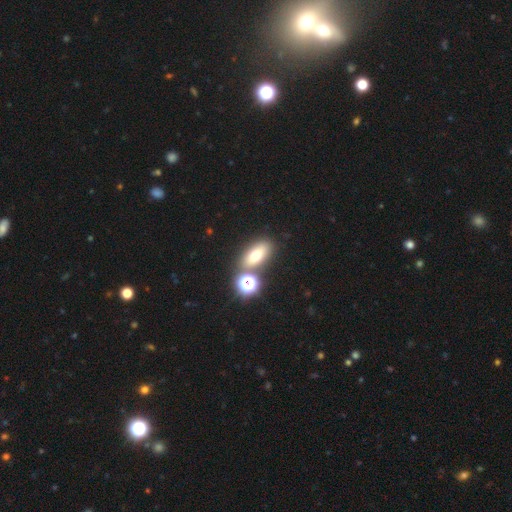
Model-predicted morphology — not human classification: A smooth galaxy with no disk features (65%) that is in between round and cigar-shaped (71%). Merging: none (71%).